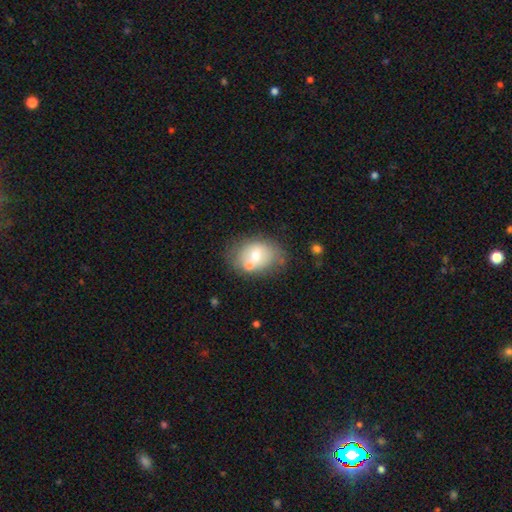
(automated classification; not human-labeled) Morphology: type=smooth (62%); roundness=in between (67%); merging=none (57%).